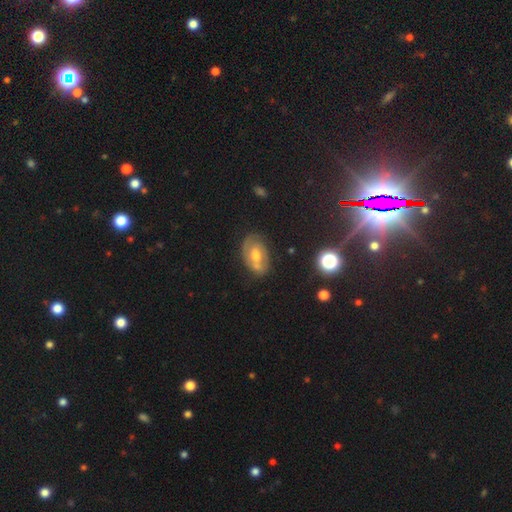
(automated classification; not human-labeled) Smooth or featured? featured or disk (60%)
Edge-on disk? no (94%)
Bar? no (49%)
Spiral arms? yes (63%)
Bulge size? moderate (69%)
Merging? none (62%)